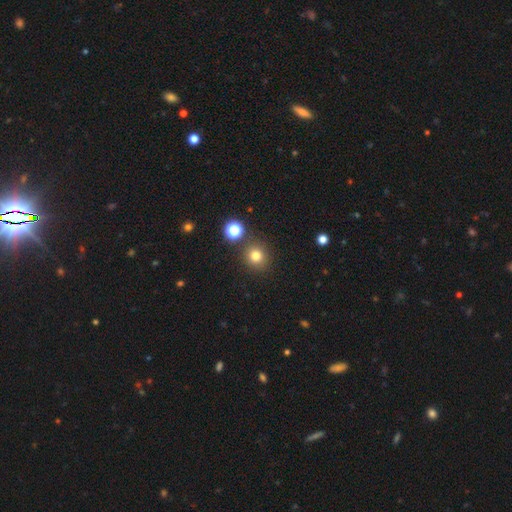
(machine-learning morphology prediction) This is likely a smooth galaxy (78%). How rounded: clearly round (90%). Merging: clearly none (84%).